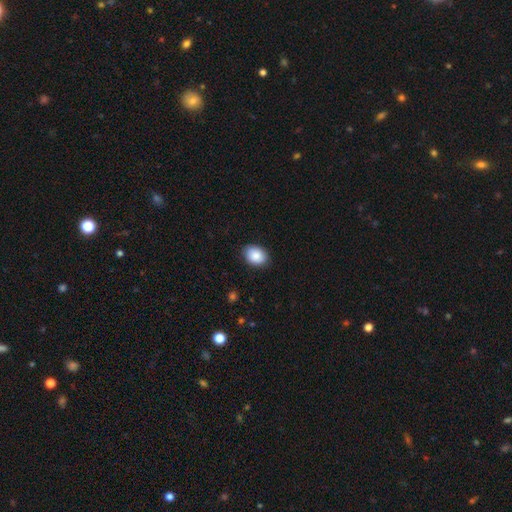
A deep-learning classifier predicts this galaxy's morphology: Smooth or featured? Predicted: smooth (p=0.88). How rounded? Predicted: in between (p=0.75). Merging? Predicted: none (p=0.86).